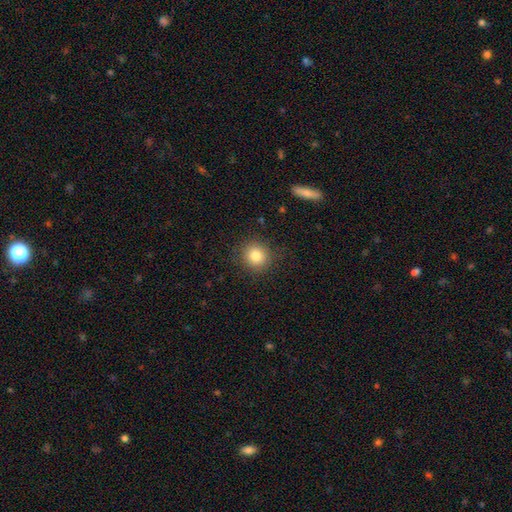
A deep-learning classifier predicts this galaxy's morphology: A smooth galaxy with no disk features (82%) that is round (90%). Merging: none (88%).